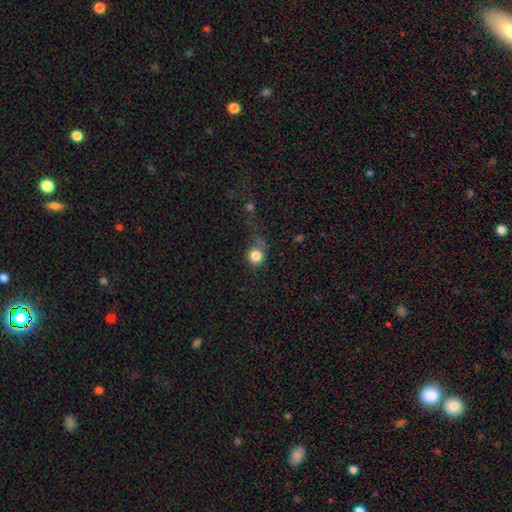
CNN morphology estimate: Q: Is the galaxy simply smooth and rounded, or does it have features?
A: smooth — 82%.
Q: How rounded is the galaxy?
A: round — 90%.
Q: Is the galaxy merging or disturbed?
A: none — 51%.